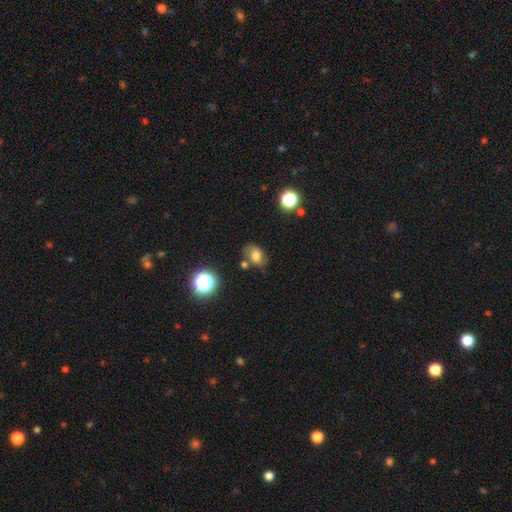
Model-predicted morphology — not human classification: smooth_or_featured: smooth (p=0.63) [alt: featured or disk p=0.22]
how_rounded: in between (p=0.68) [alt: round p=0.30]
merging: none (p=0.60) [alt: minor disturbance p=0.23]